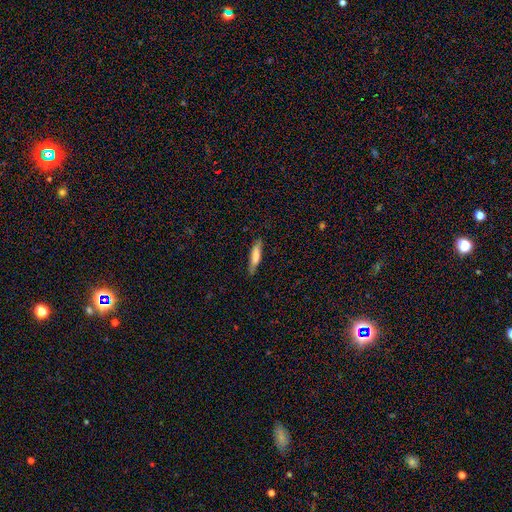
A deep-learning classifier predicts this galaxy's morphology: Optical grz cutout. It shows a smooth galaxy with no disk features (74%) that is cigar-shaped (81%). Merging: none (79%).